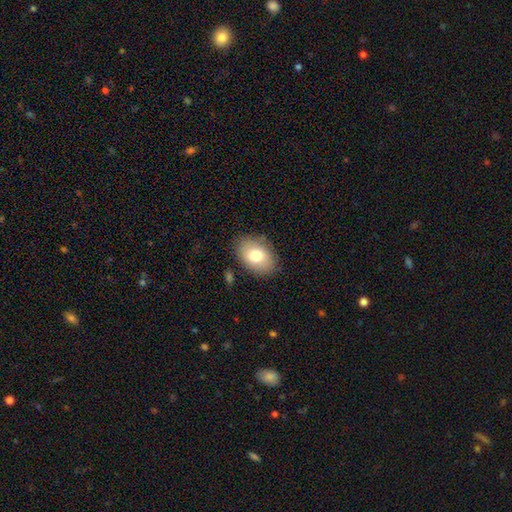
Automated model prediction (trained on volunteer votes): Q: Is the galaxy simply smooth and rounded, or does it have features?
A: smooth — 77%.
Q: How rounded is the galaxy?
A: in between — 83%.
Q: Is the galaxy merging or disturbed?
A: none — 82%.